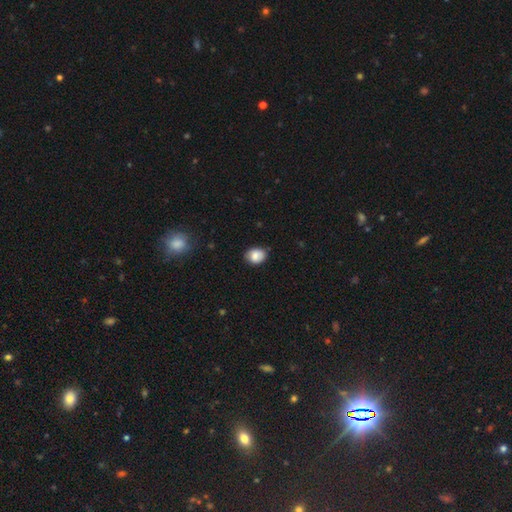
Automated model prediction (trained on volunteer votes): Smooth or featured?
  - smooth: 82% *
  - featured or disk: 9%
  - star or artifact: 9%
How rounded?
  - round: 53% *
  - in between: 46%
  - cigar-shaped: 1%
Merging?
  - none: 79% *
  - minor disturbance: 17%
  - major disturbance: 3%
  - merger: 1%